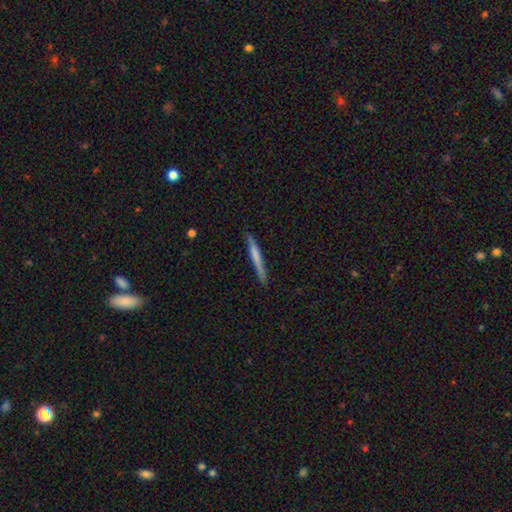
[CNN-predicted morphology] Smooth or featured?
  - smooth: 59% *
  - featured or disk: 35%
  - star or artifact: 5%
How rounded?
  - cigar-shaped: 96% *
  - in between: 2%
  - round: 1%
Merging?
  - none: 86% *
  - minor disturbance: 11%
  - major disturbance: 2%
  - merger: 1%